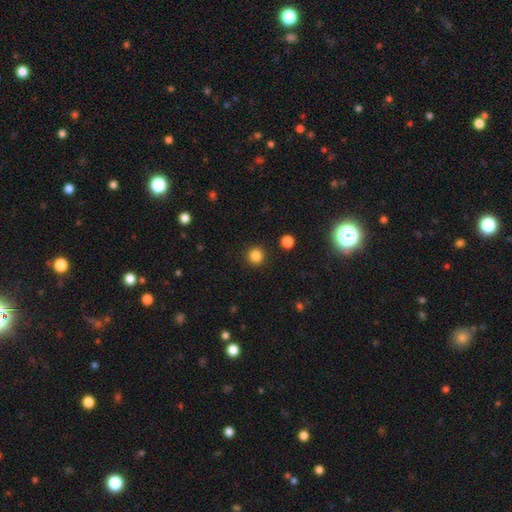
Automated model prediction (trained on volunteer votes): Overall: smooth (84%). How rounded: round (95%). Merging: none (92%).